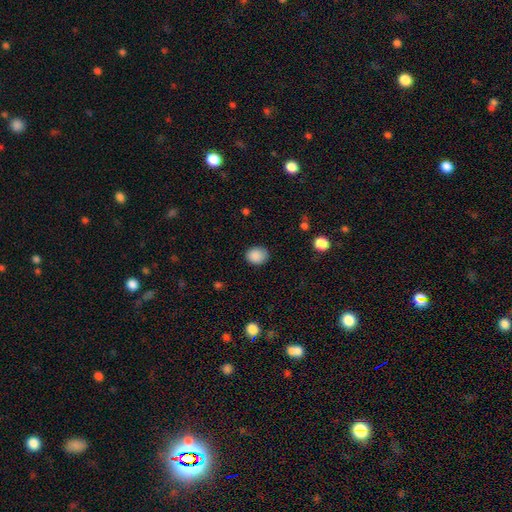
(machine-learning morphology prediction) Smooth or featured?
  - smooth: 88% *
  - star or artifact: 9%
  - featured or disk: 3%
How rounded?
  - round: 60% *
  - in between: 39%
  - cigar-shaped: 1%
Merging?
  - none: 83% *
  - minor disturbance: 13%
  - major disturbance: 3%
  - merger: 1%